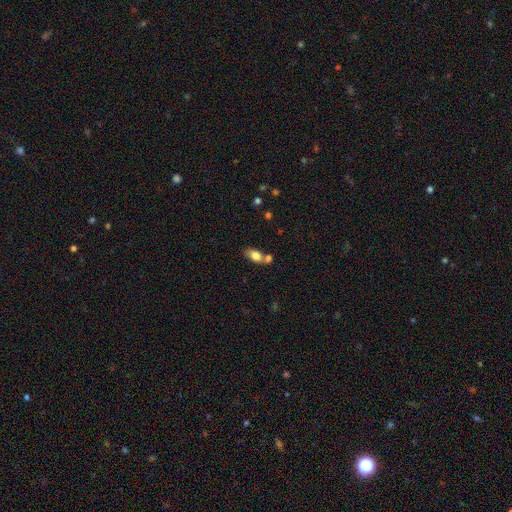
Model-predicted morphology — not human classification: The model was most divided on "merging": none: 48%, merger: 33%, minor disturbance: 14%, major disturbance: 5%. More confident: how rounded — in between (86%); smooth or featured — smooth (79%).